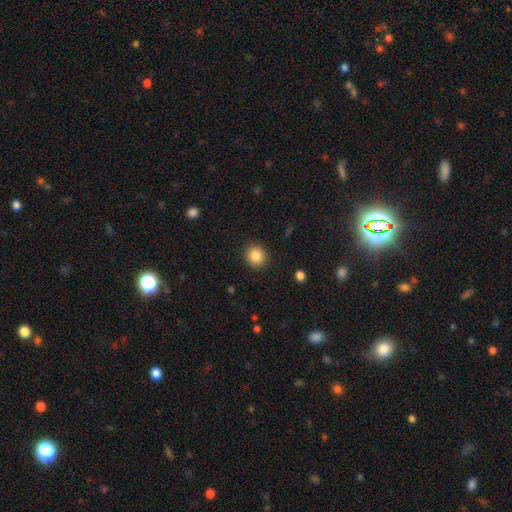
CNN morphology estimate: Smooth or featured? Predicted: smooth (p=0.86). How rounded? Predicted: round (p=0.86). Merging? Predicted: none (p=0.90).